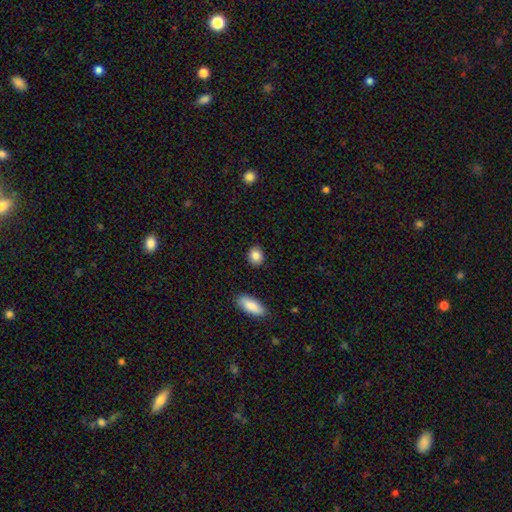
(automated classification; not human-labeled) This is clearly a smooth galaxy (86%). How rounded: possibly round (54%). Merging: clearly none (88%).